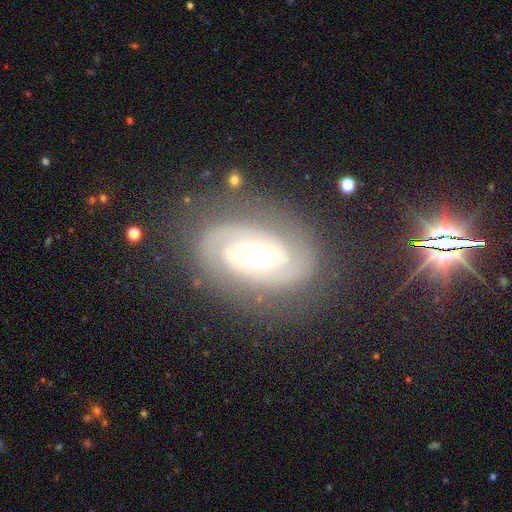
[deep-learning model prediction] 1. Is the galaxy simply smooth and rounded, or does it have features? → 87% featured or disk, 7% smooth, 6% star or artifact.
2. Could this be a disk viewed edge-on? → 96% no, 4% yes.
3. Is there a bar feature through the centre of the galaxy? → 41% no, 34% weak, 25% strong.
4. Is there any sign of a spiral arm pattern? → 95% yes, 5% no.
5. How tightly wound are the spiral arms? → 57% tight, 35% medium, 8% loose.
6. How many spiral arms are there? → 85% 2, 7% can't tell, 4% 3, 2% 1, 2% 4, 2% more than 4.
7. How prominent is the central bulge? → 61% moderate, 25% large, 9% small, 3% dominant, 1% none.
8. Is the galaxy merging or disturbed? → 79% none, 13% minor disturbance, 6% major disturbance, 2% merger.